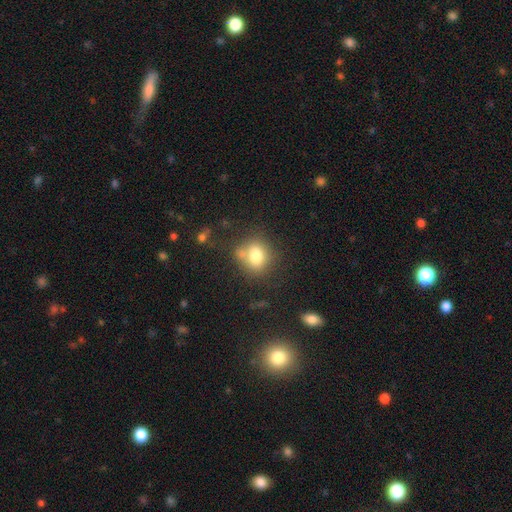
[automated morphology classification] Smooth or featured: smooth — 76% (featured or disk — 13%)
How rounded: round — 59% (in between — 40%)
Merging: none — 58% (merger — 19%)